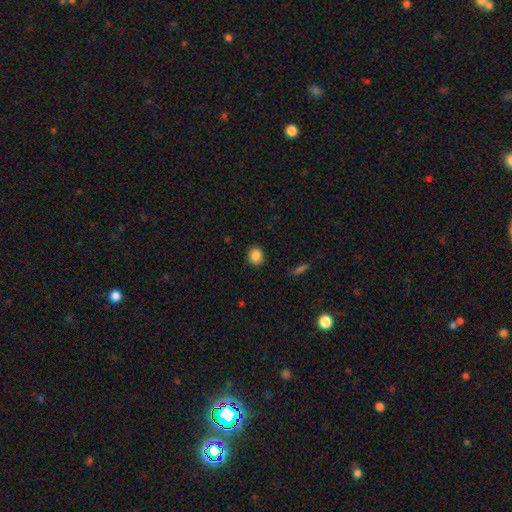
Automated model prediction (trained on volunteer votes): A smooth galaxy with no disk features (87%) that is round (76%).

Vote fractions:
- Smooth or featured? smooth: 87% / star or artifact: 10% / featured or disk: 4%
- How rounded? round: 76% / in between: 22% / cigar-shaped: 1%
- Merging? none: 90% / minor disturbance: 7% / major disturbance: 2% / merger: 1%